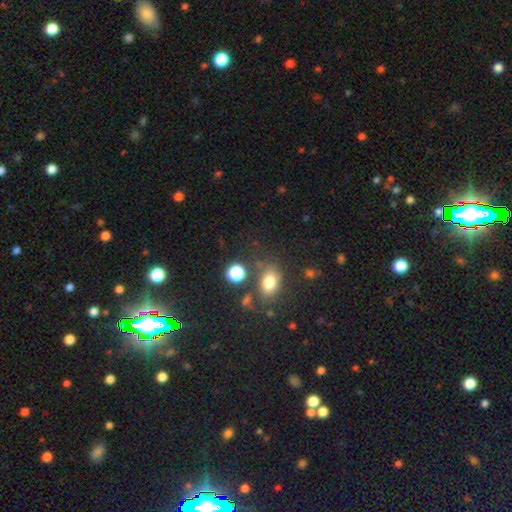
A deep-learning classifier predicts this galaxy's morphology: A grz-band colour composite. It shows a star or artifact, not a galaxy (47%).